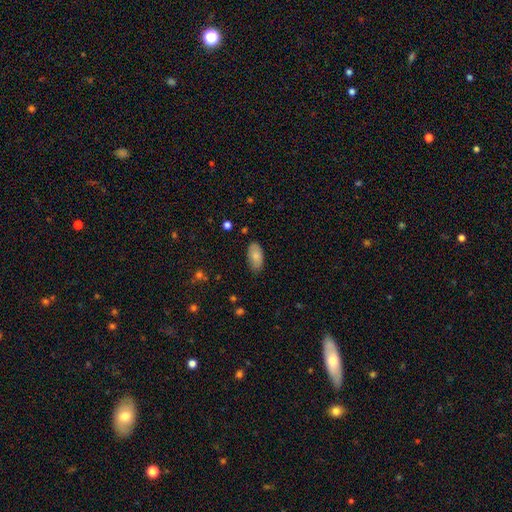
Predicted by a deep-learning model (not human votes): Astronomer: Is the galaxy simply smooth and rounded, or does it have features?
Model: smooth — 81%.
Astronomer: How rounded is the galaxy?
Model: in between — 94%.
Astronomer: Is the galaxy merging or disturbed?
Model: none — 79%.